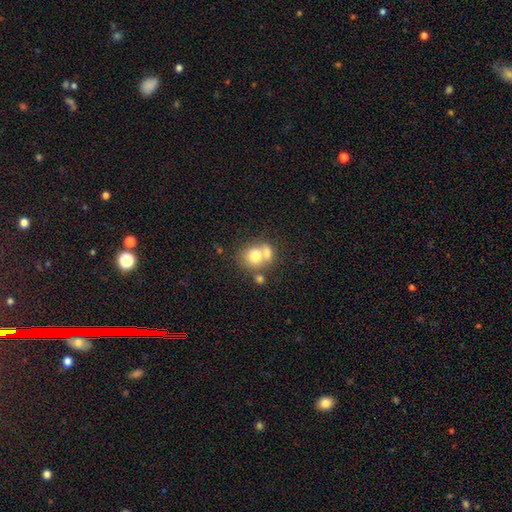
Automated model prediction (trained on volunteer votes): smooth-or-featured: smooth: 73% | featured or disk: 17% | star or artifact: 10%
  how-rounded: round: 72% | in between: 27% | cigar-shaped: 1%
  merging: merger: 53% | none: 35% | minor disturbance: 8% | major disturbance: 4%